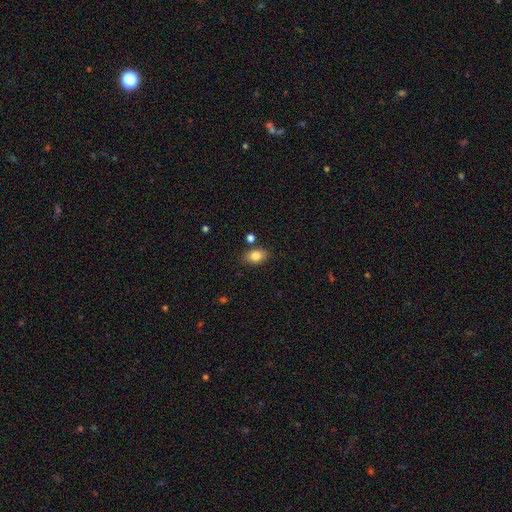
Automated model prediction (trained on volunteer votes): smooth_or_featured: smooth (p=0.82) [alt: star or artifact p=0.09]
how_rounded: in between (p=0.81) [alt: round p=0.17]
merging: none (p=0.80) [alt: minor disturbance p=0.12]